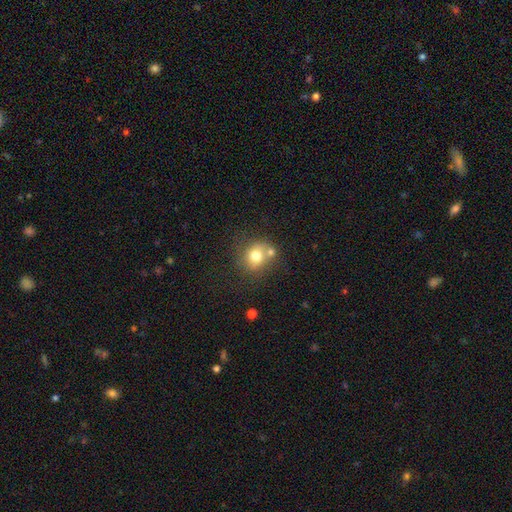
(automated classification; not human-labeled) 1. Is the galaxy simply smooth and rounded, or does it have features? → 73% smooth, 15% featured or disk, 11% star or artifact.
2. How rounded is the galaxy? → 79% round, 20% in between, 1% cigar-shaped.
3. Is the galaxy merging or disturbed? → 53% none, 29% merger, 13% minor disturbance, 5% major disturbance.